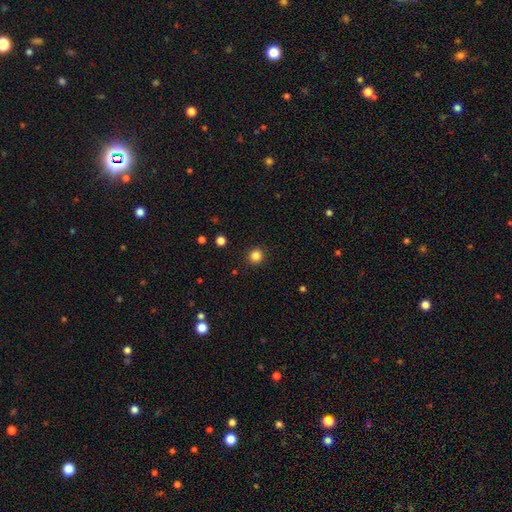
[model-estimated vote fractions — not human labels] A smooth galaxy with no disk features (84%) that is round (92%).

Vote fractions:
- Smooth or featured? smooth: 84% / star or artifact: 12% / featured or disk: 4%
- How rounded? round: 92% / in between: 7% / cigar-shaped: 1%
- Merging? none: 91% / minor disturbance: 6% / major disturbance: 2% / merger: 1%